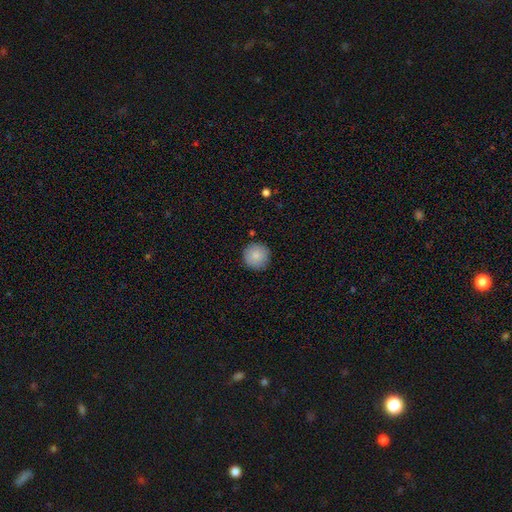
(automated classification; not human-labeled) This is clearly a smooth galaxy (86%). How rounded: clearly round (96%). Merging: clearly none (90%).